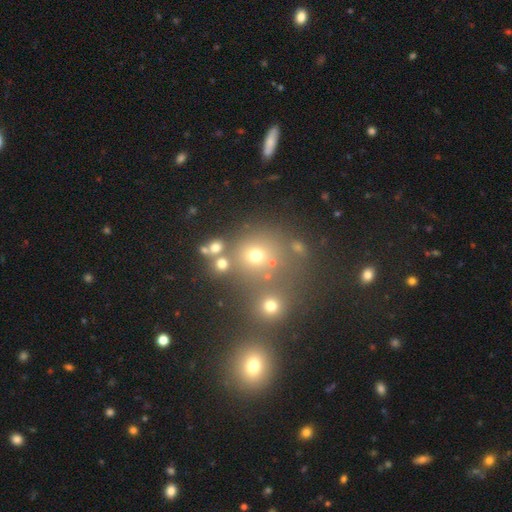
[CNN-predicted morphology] smooth 62%, star or artifact 27%, featured or disk 11%. Down the decision tree: how rounded — round (84%); merging — none (65%).